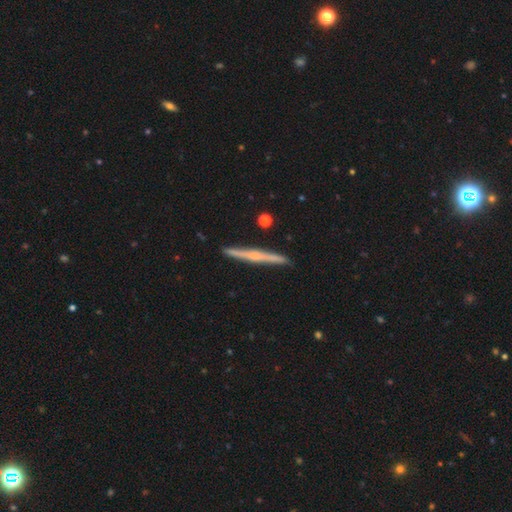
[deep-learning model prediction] This appears to be a featured or disk galaxy (66%) viewed edge-on (98%) with a rounded central bulge (50%). Merging: none (92%).